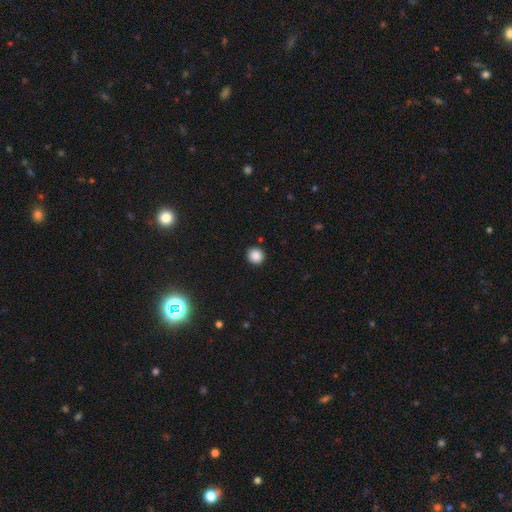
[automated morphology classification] smooth_or_featured: smooth (p=0.88) [alt: star or artifact p=0.10]
how_rounded: round (p=0.91) [alt: in between p=0.08]
merging: none (p=0.92) [alt: minor disturbance p=0.05]